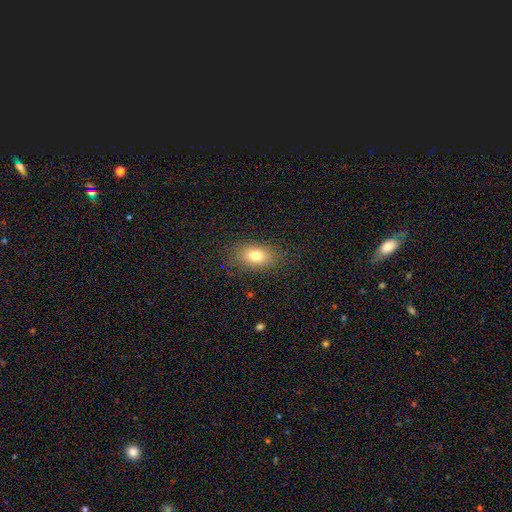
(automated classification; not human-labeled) Smooth or featured? Predicted: smooth (p=0.77). How rounded? Predicted: in between (p=0.83). Merging? Predicted: none (p=0.84).